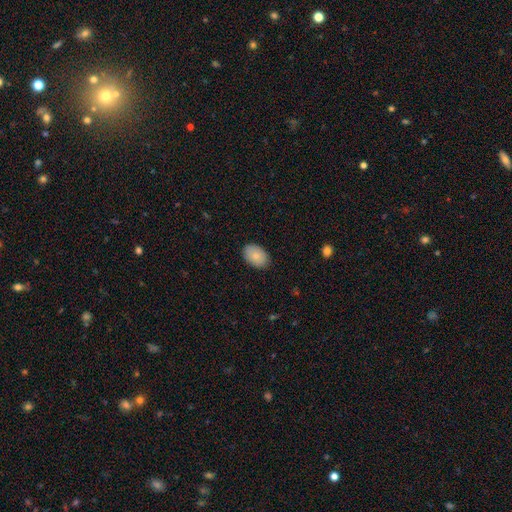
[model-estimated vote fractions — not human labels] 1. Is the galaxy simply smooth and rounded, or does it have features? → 85% smooth, 8% featured or disk, 7% star or artifact.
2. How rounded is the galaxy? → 88% in between, 11% round, 1% cigar-shaped.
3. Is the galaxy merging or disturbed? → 87% none, 10% minor disturbance, 2% major disturbance, 1% merger.